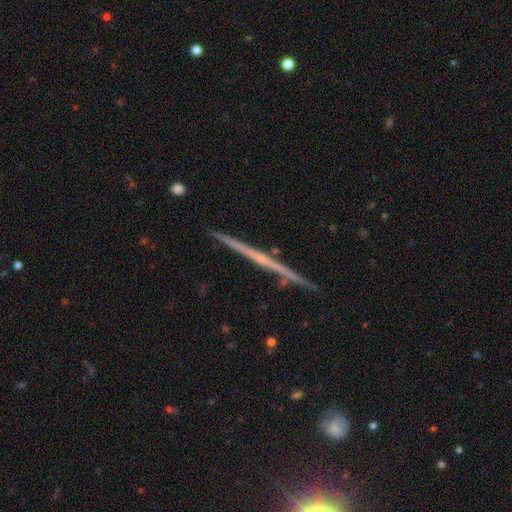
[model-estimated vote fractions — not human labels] smooth-or-featured: featured or disk: 66% | smooth: 21% | star or artifact: 14%
  disk-edge-on: yes: 97% | no: 3%
    edge-on-bulge: none: 64% | rounded: 27% | boxy: 9%
  merging: none: 86% | minor disturbance: 8% | merger: 3% | major disturbance: 2%